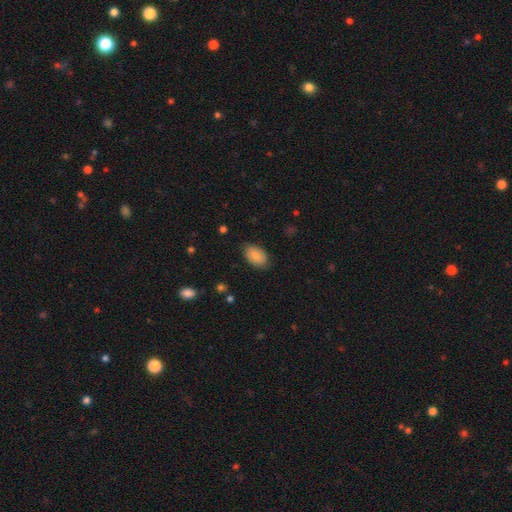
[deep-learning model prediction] Smooth or featured: smooth — 86% (featured or disk — 8%)
How rounded: in between — 92% (round — 7%)
Merging: none — 82% (minor disturbance — 14%)